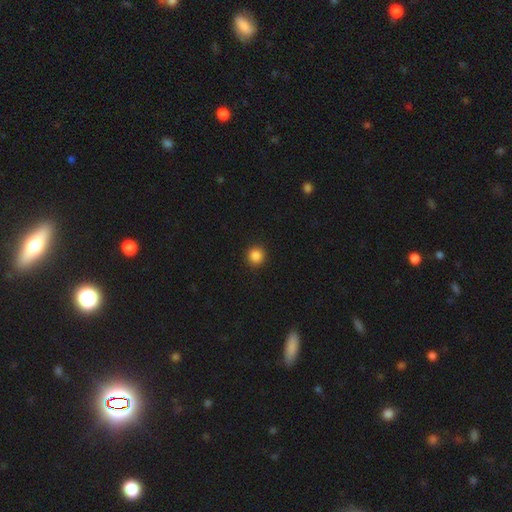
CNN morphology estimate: The model was most divided on "smooth or featured": smooth: 86%, star or artifact: 11%, featured or disk: 3%. More confident: how rounded — round (94%); merging — none (92%).